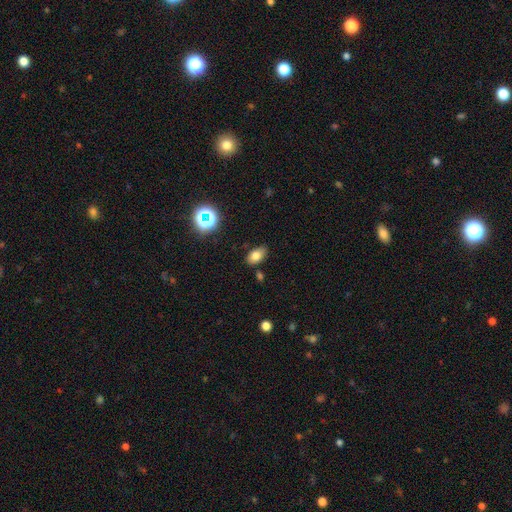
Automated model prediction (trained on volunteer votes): smooth-or-featured: smooth: 77% | star or artifact: 13% | featured or disk: 10%
  how-rounded: in between: 89% | round: 9% | cigar-shaped: 2%
  merging: none: 81% | minor disturbance: 13% | merger: 3% | major disturbance: 3%